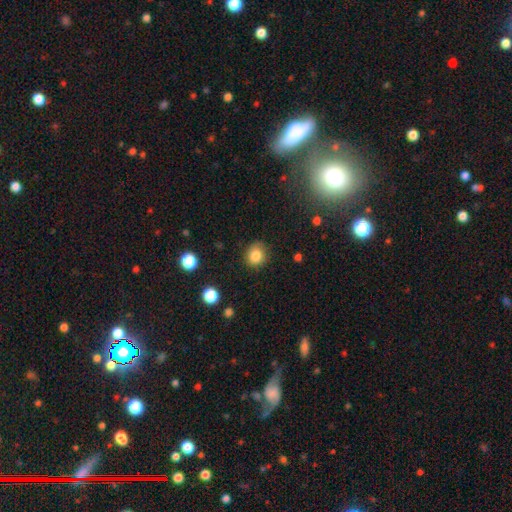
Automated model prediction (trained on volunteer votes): A smooth galaxy with no disk features (83%) that is round (82%). Merging: none (85%).